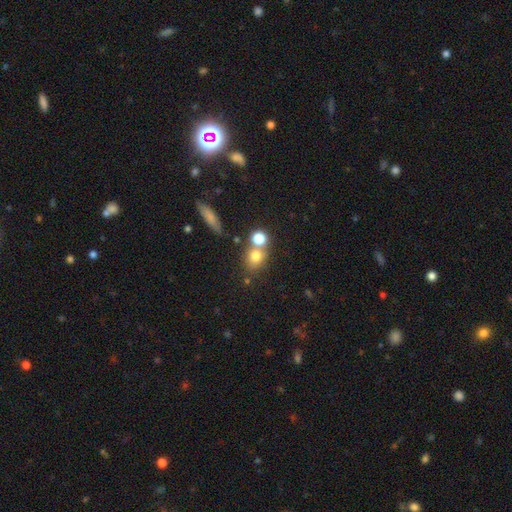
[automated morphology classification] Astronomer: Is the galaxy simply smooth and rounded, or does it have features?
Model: smooth — 74%.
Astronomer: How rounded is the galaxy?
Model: round — 65%.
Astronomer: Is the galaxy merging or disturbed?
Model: none — 48% (runner-up: merger, 37%).